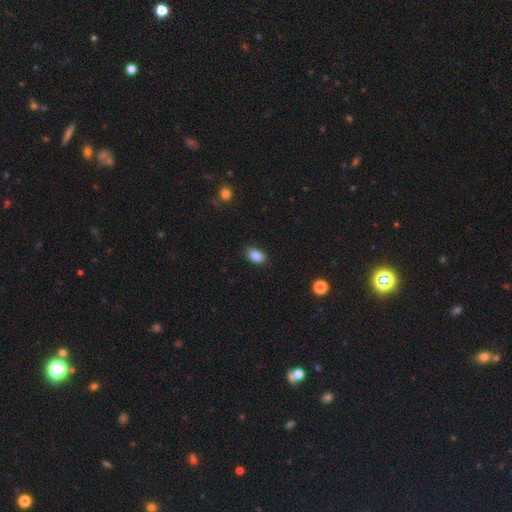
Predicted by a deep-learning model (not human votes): Smooth or featured? Predicted: smooth (p=0.87). How rounded? Predicted: in between (p=0.88). Merging? Predicted: none (p=0.80).